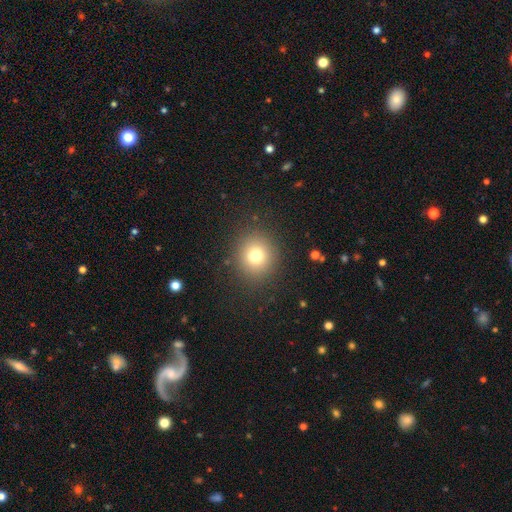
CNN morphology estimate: Smooth or featured: smooth — 77% (star or artifact — 14%)
How rounded: round — 86% (in between — 13%)
Merging: none — 87% (minor disturbance — 8%)